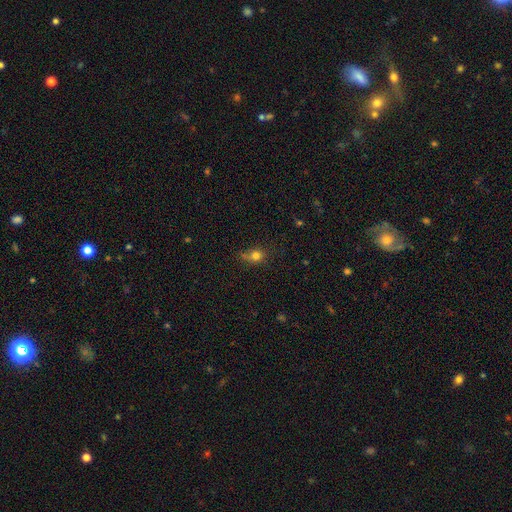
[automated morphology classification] This appears to be a smooth galaxy with no disk features (74%) that is round (66%). Merging: none (52%).